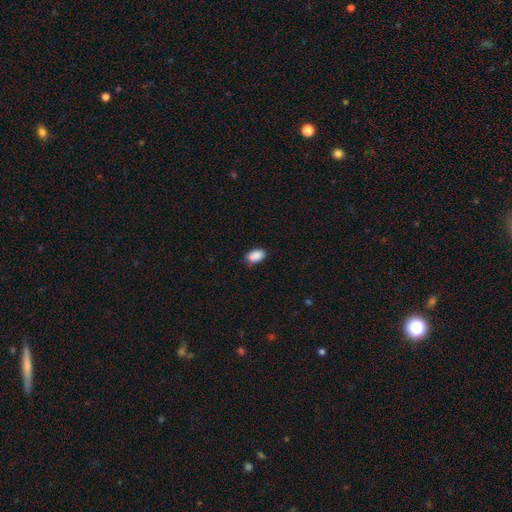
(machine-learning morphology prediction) A smooth galaxy with no disk features (89%) that is in between round and cigar-shaped (91%).

Vote fractions:
- Smooth or featured? smooth: 89% / star or artifact: 7% / featured or disk: 3%
- How rounded? in between: 91% / round: 7% / cigar-shaped: 2%
- Merging? none: 82% / minor disturbance: 14% / major disturbance: 2% / merger: 1%